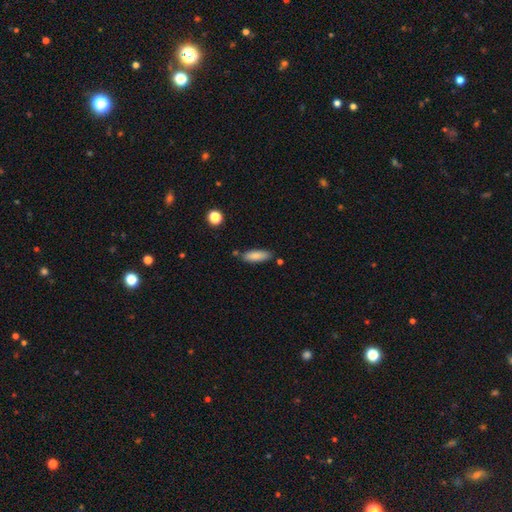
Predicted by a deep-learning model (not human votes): Smooth or featured? Predicted: smooth (p=0.85). How rounded? Predicted: in between (p=0.58). Merging? Predicted: none (p=0.78).